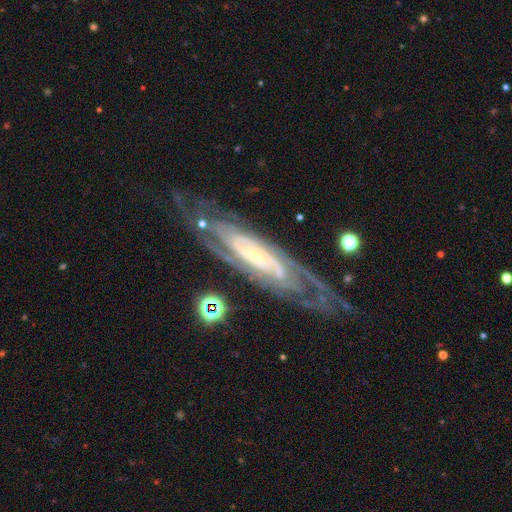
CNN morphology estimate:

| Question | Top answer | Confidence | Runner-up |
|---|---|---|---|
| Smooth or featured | featured or disk | 87% | star or artifact (6%) |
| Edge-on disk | no | 84% | yes (16%) |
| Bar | no | 48% | weak (32%) |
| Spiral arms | yes | 97% | no (3%) |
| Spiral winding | tight | 66% | medium (29%) |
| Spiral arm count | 2 | 31% | can't tell (30%) |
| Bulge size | small | 75% | moderate (16%) |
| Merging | none | 72% | minor disturbance (17%) |